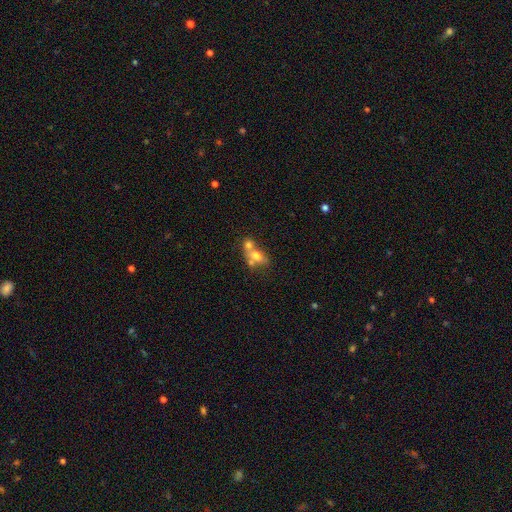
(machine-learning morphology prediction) smooth-or-featured: smooth: 64% | featured or disk: 25% | star or artifact: 11%
  how-rounded: in between: 62% | round: 33% | cigar-shaped: 5%
  merging: merger: 63% | none: 23% | minor disturbance: 9% | major disturbance: 6%